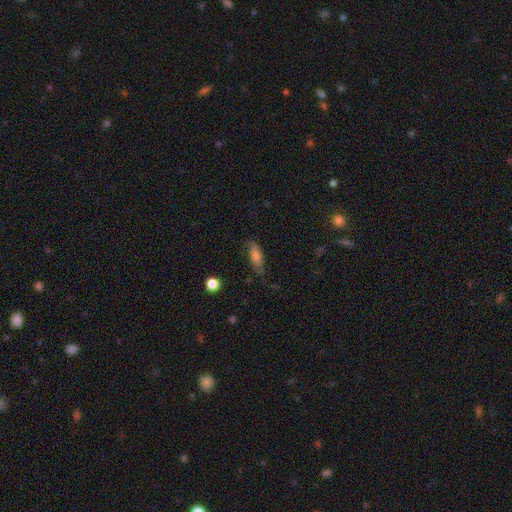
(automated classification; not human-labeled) This appears to be a smooth galaxy with no disk features (64%) that is in between round and cigar-shaped (71%). Merging: none (62%).